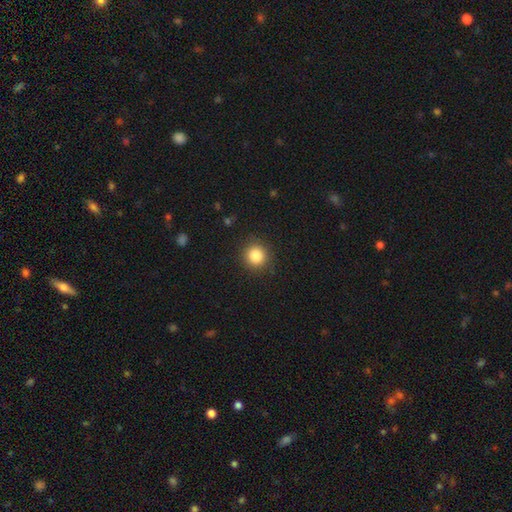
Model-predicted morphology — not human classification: type=smooth (84%); roundness=round (91%); merging=none (89%).